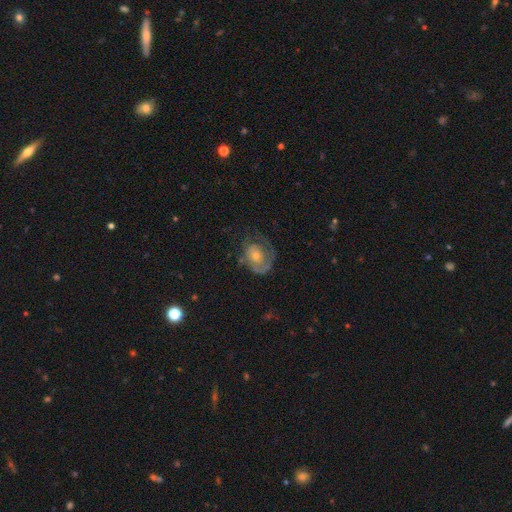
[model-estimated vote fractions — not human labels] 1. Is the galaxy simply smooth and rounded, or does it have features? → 72% featured or disk, 20% smooth, 8% star or artifact.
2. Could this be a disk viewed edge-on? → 97% no, 3% yes.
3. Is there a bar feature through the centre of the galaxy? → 79% no, 18% weak, 3% strong.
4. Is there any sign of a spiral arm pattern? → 85% yes, 15% no.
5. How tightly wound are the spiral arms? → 55% tight, 31% medium, 13% loose.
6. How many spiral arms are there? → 49% 1, 23% 2, 20% can't tell, 4% 3, 2% 4, 2% more than 4.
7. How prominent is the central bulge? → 46% moderate, 45% small, 5% large, 3% none, 1% dominant.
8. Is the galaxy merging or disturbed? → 57% none, 21% major disturbance, 21% minor disturbance, 2% merger.